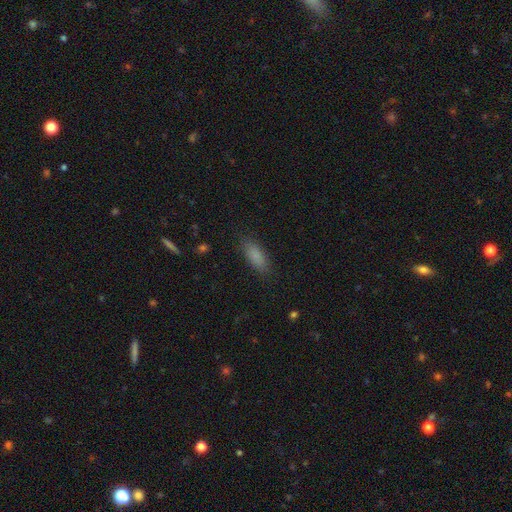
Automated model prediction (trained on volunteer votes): A smooth galaxy with no disk features (85%) that is in between round and cigar-shaped (73%).

Vote fractions:
- Smooth or featured? smooth: 85% / star or artifact: 9% / featured or disk: 7%
- How rounded? in between: 73% / cigar-shaped: 25% / round: 2%
- Merging? none: 84% / minor disturbance: 11% / major disturbance: 3% / merger: 1%